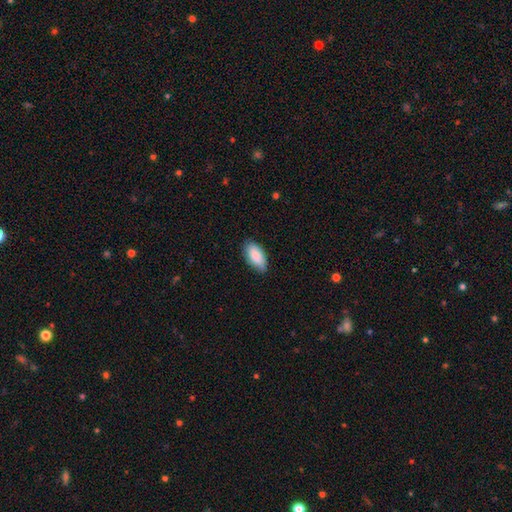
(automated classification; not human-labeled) smooth_or_featured: smooth (p=0.88) [alt: featured or disk p=0.06]
how_rounded: in between (p=0.92) [alt: cigar-shaped p=0.06]
merging: none (p=0.80) [alt: minor disturbance p=0.16]